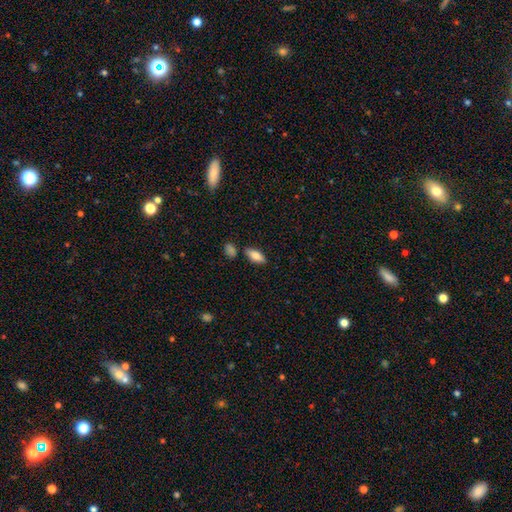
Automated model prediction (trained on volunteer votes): A smooth galaxy with no disk features (80%) that is in between round and cigar-shaped (82%). Merging: none (81%).